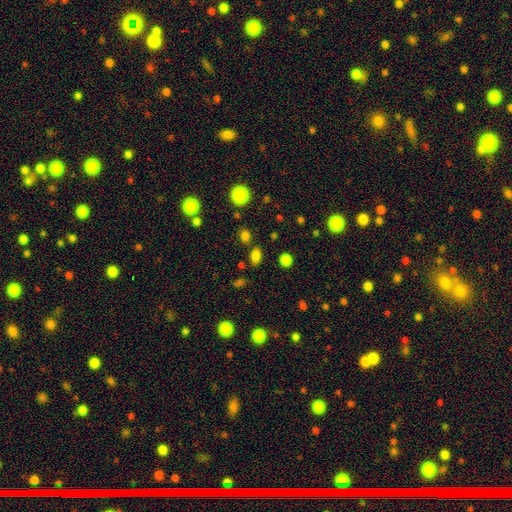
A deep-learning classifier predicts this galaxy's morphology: smooth 79%, star or artifact 15%, featured or disk 6%. Down the decision tree: how rounded — in between (80%); merging — none (78%).